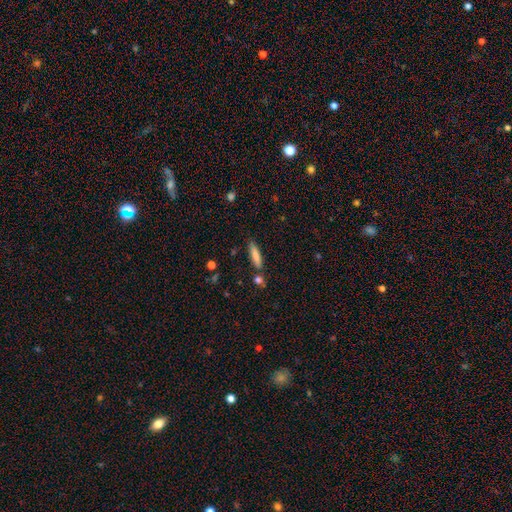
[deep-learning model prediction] smooth-or-featured: smooth: 79% | featured or disk: 14% | star or artifact: 7%
  how-rounded: cigar-shaped: 81% | in between: 18% | round: 2%
  merging: none: 81% | minor disturbance: 11% | merger: 6% | major disturbance: 2%